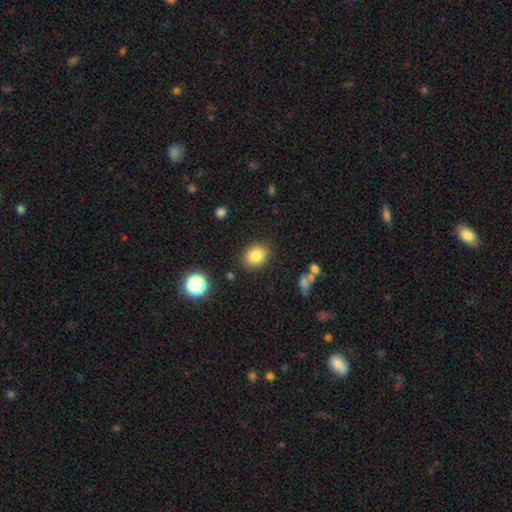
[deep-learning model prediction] smooth_or_featured: smooth (p=0.82) [alt: star or artifact p=0.10]
how_rounded: in between (p=0.50) [alt: round p=0.49]
merging: none (p=0.87) [alt: minor disturbance p=0.09]